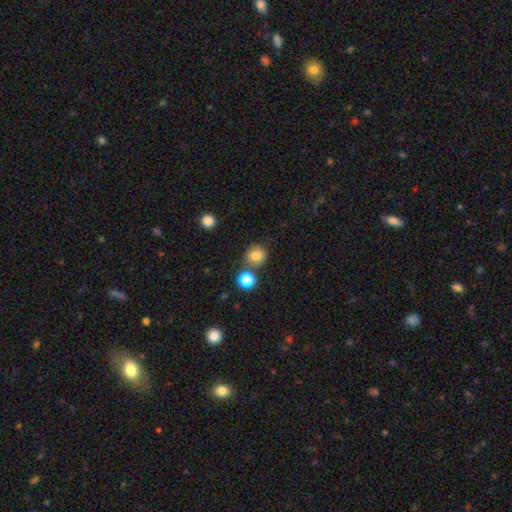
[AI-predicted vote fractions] Morphology: type=smooth (80%); roundness=round (81%); merging=none (72%).